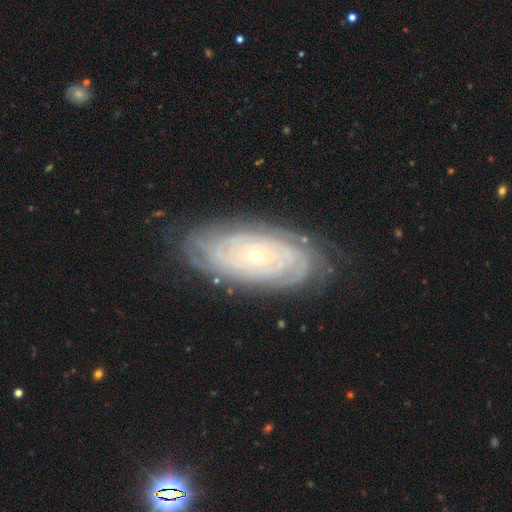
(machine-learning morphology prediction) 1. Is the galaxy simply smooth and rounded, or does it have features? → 87% featured or disk, 8% smooth, 6% star or artifact.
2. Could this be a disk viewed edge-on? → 93% no, 7% yes.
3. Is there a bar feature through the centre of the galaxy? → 83% no, 12% weak, 5% strong.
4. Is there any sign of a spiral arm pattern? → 96% yes, 4% no.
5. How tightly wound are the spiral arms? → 88% tight, 10% medium, 2% loose.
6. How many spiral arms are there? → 37% can't tell, 20% more than 4, 16% 4, 11% 2, 11% 3, 6% 1.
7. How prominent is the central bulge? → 70% small, 27% moderate, 1% large, 1% dominant, 1% none.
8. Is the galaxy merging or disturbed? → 81% none, 14% minor disturbance, 4% major disturbance, 1% merger.